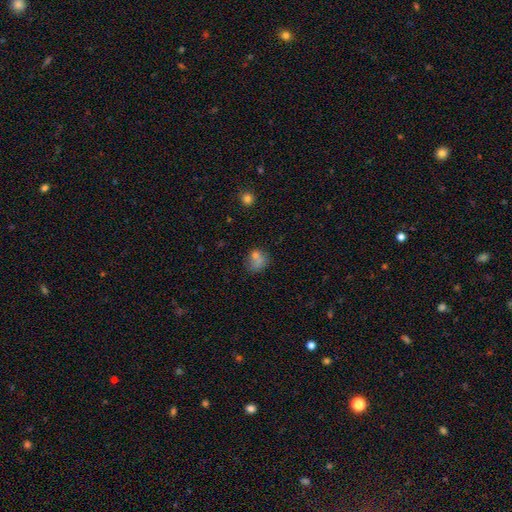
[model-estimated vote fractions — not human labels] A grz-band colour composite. It shows a smooth galaxy with no disk features (68%) that is round (68%). Merging: none (49%).